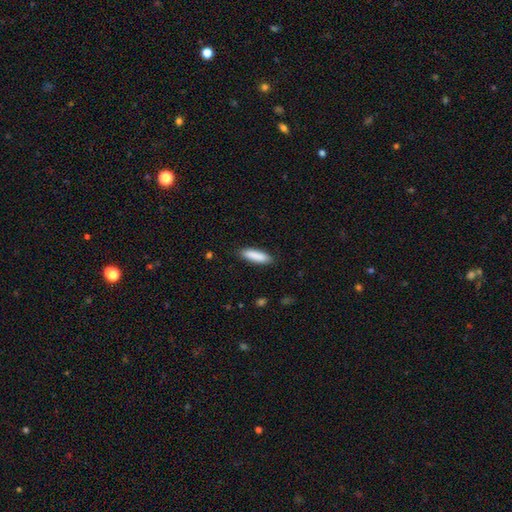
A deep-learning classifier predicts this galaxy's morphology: The model was most divided on "how rounded": cigar-shaped: 59%, in between: 39%, round: 1%. More confident: smooth or featured — smooth (88%); merging — none (87%).